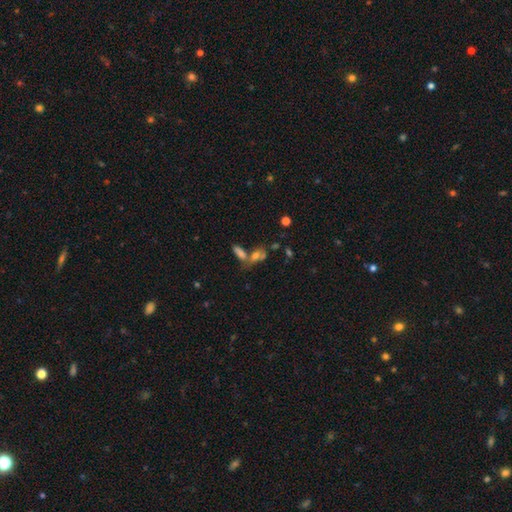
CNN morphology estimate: type=smooth (56%); roundness=in between (68%); merging=merger (43%).